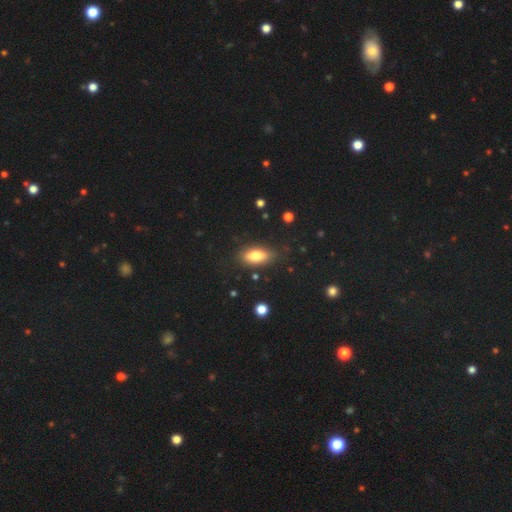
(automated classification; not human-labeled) smooth-or-featured: smooth: 78% | featured or disk: 14% | star or artifact: 8%
  how-rounded: in between: 81% | cigar-shaped: 16% | round: 3%
  merging: none: 79% | minor disturbance: 15% | major disturbance: 4% | merger: 2%